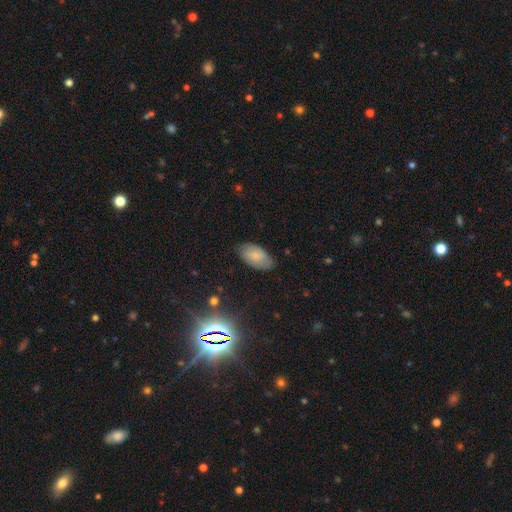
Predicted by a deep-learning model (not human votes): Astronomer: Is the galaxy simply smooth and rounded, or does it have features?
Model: smooth — 72%.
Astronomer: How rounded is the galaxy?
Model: in between — 94%.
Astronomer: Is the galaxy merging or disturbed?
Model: none — 75%.